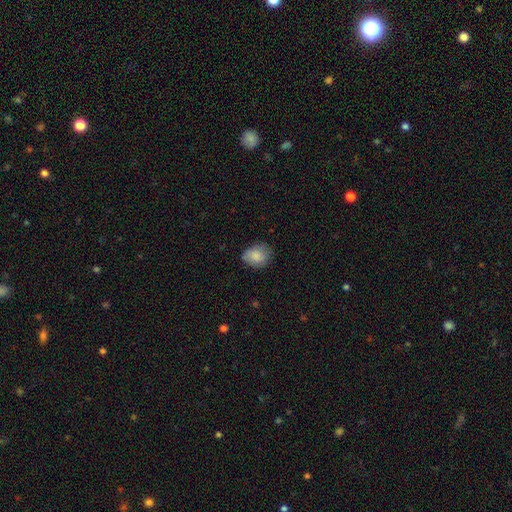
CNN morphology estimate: Overall: smooth (84%). How rounded: in between (57%; round 42%). Merging: none (72%).